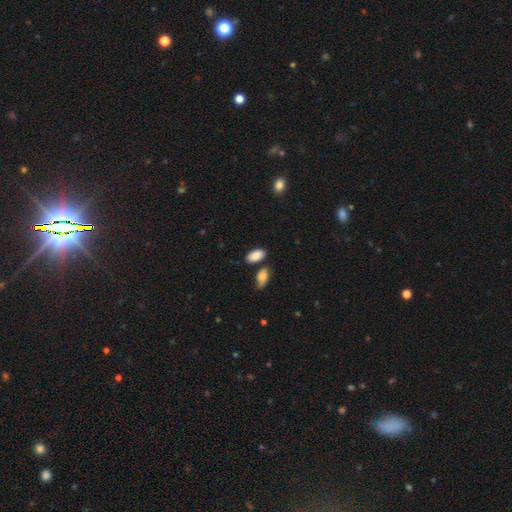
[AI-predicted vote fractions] Smooth or featured?
  - smooth: 89% *
  - star or artifact: 7%
  - featured or disk: 5%
How rounded?
  - in between: 94% *
  - round: 4%
  - cigar-shaped: 3%
Merging?
  - none: 69% *
  - minor disturbance: 14%
  - merger: 12%
  - major disturbance: 4%